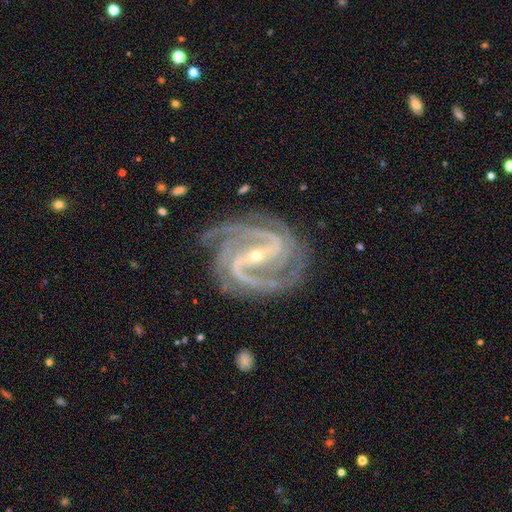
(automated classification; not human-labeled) A featured or disk galaxy (94%) with a strong bar (73%), 2 (39%) tight (48%) spiral arms (99%) and a small central bulge (77%). Merging: none (77%).